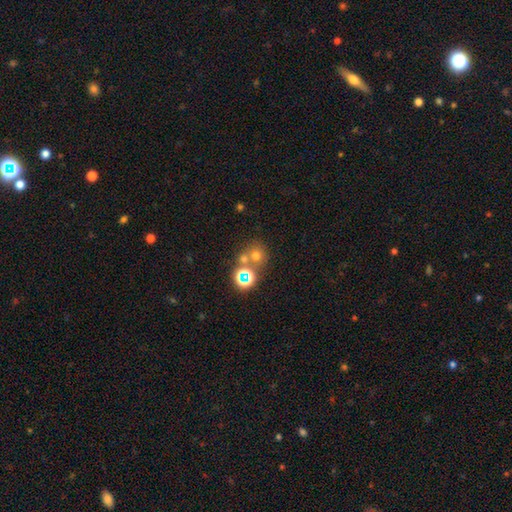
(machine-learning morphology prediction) Smooth or featured? Predicted: smooth (p=0.60). How rounded? Predicted: round (p=0.84). Merging? Predicted: none (p=0.56).